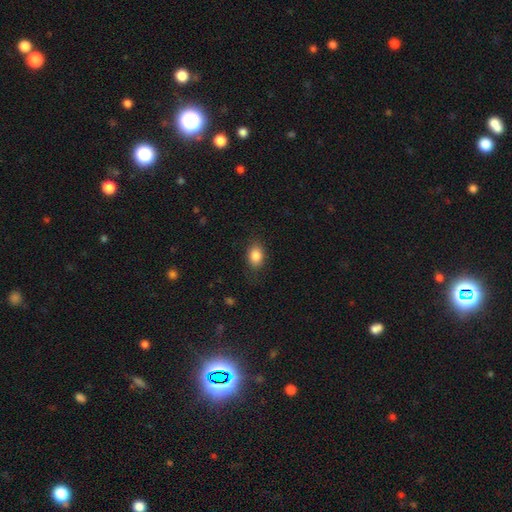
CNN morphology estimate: Q: Smooth or featured?
A: smooth (85%); runner-up: star or artifact (9%)
Q: How rounded?
A: in between (79%); runner-up: round (20%)
Q: Merging?
A: none (80%); runner-up: minor disturbance (14%)